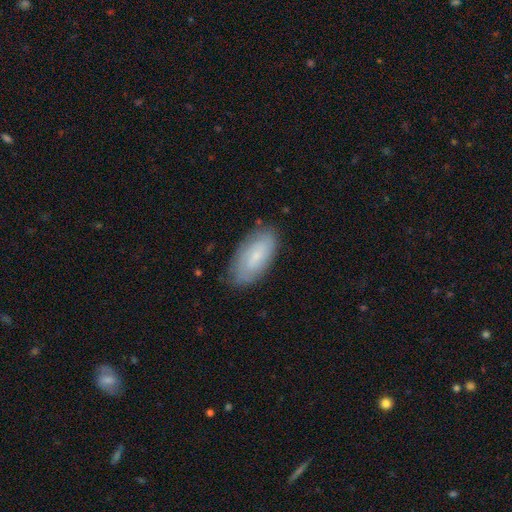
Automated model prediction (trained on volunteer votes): Smooth or featured? Predicted: smooth (p=0.61). How rounded? Predicted: in between (p=0.91). Merging? Predicted: none (p=0.79).